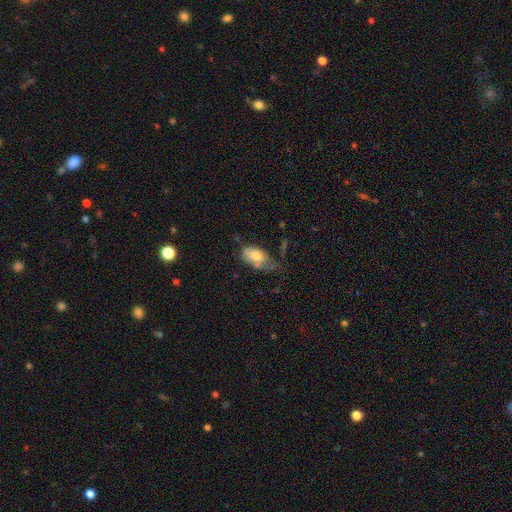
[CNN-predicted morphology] Q: Smooth or featured?
A: smooth (72%); runner-up: featured or disk (21%)
Q: How rounded?
A: in between (92%); runner-up: round (5%)
Q: Merging?
A: none (35%); tied with: minor disturbance (35%)